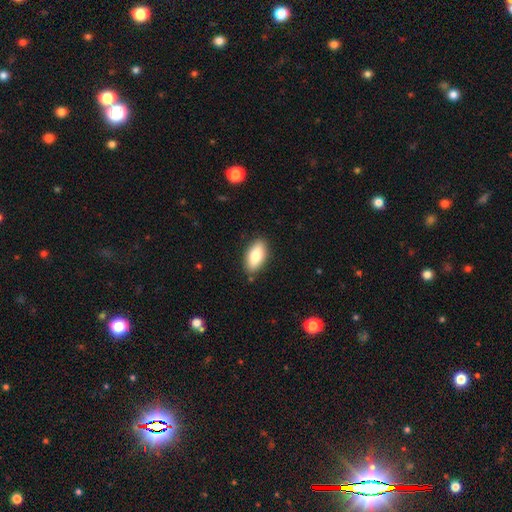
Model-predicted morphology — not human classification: A smooth galaxy with no disk features (78%) that is in between round and cigar-shaped (87%). Merging: none (87%).